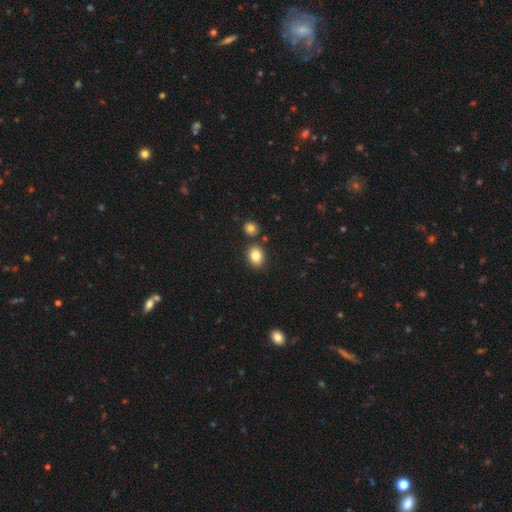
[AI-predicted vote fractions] A smooth galaxy with no disk features (83%) that is in between round and cigar-shaped (59%). Merging: none (79%).